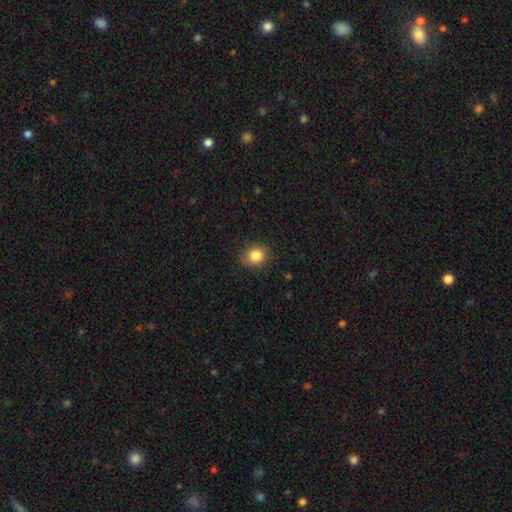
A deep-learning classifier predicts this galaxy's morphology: Smooth or featured: smooth — 84% (star or artifact — 10%)
How rounded: round — 67% (in between — 32%)
Merging: none — 85% (minor disturbance — 12%)